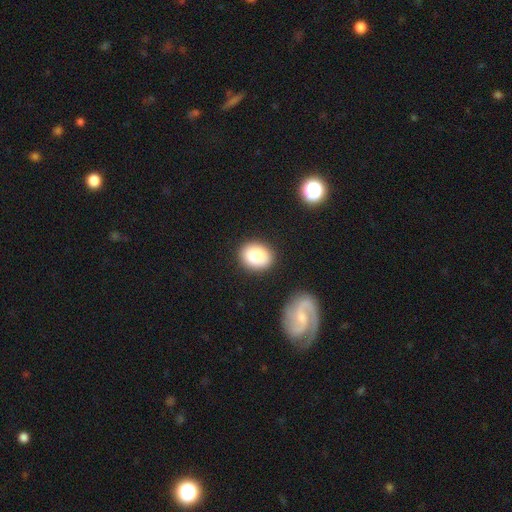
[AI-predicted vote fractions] The model was most divided on "how rounded": round: 50%, in between: 49%, cigar-shaped: 1%. More confident: smooth or featured — smooth (86%); merging — none (84%).